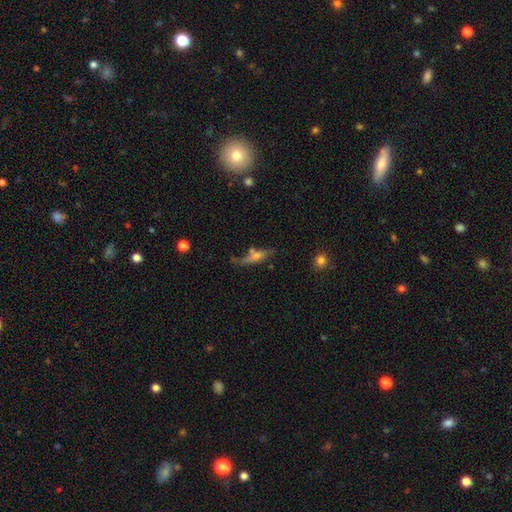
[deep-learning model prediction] Smooth or featured? Predicted: smooth (p=0.51). How rounded? Predicted: cigar-shaped (p=0.62). Merging? Predicted: none (p=0.45).